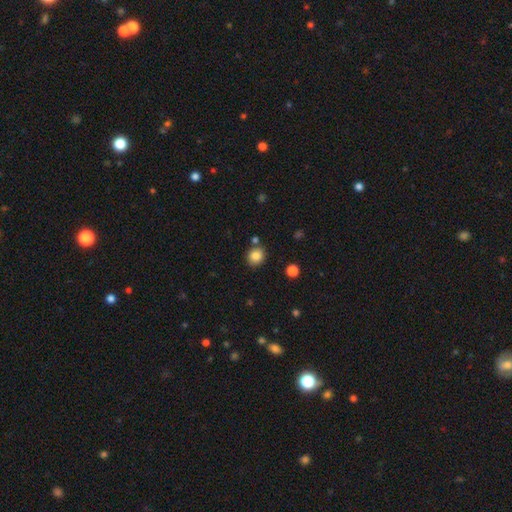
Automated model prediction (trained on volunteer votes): Smooth or featured? Predicted: smooth (p=0.84). How rounded? Predicted: round (p=0.78). Merging? Predicted: none (p=0.80).